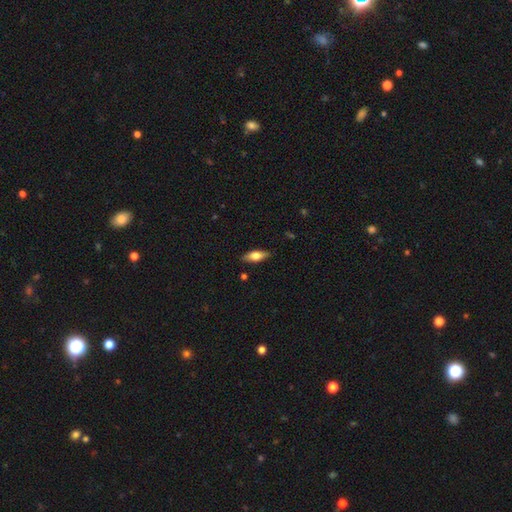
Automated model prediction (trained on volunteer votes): This appears to be a smooth galaxy with no disk features (61%) that is in between round and cigar-shaped (65%). Merging: none (85%).